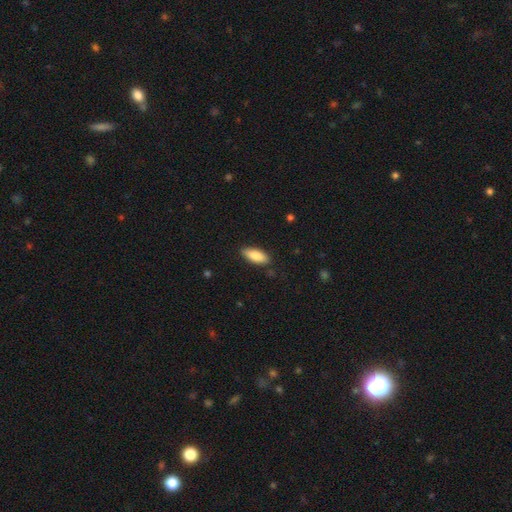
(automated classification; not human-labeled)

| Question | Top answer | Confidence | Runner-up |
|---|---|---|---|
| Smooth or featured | smooth | 85% | featured or disk (9%) |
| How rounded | in between | 81% | cigar-shaped (17%) |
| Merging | none | 85% | minor disturbance (11%) |